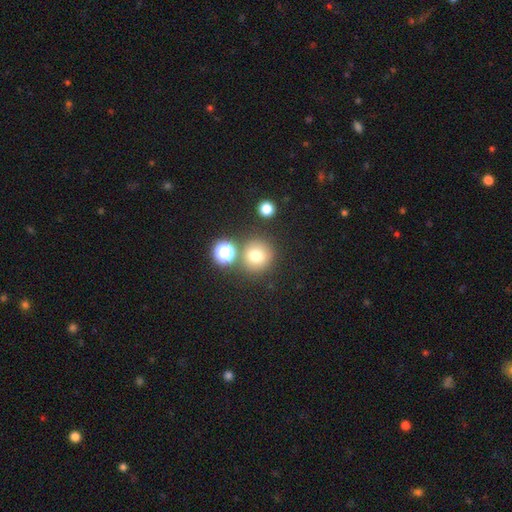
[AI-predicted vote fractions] smooth 73%, star or artifact 17%, featured or disk 10%. Down the decision tree: how rounded — round (90%); merging — none (74%).